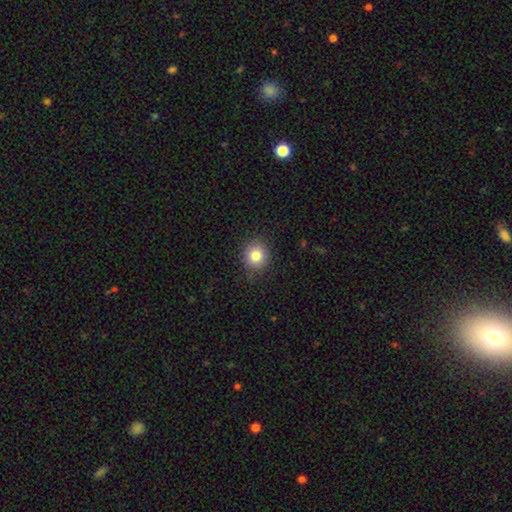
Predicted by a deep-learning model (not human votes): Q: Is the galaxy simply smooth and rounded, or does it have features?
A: smooth — 82%.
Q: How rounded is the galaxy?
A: round — 86%.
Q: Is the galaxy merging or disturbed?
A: none — 87%.